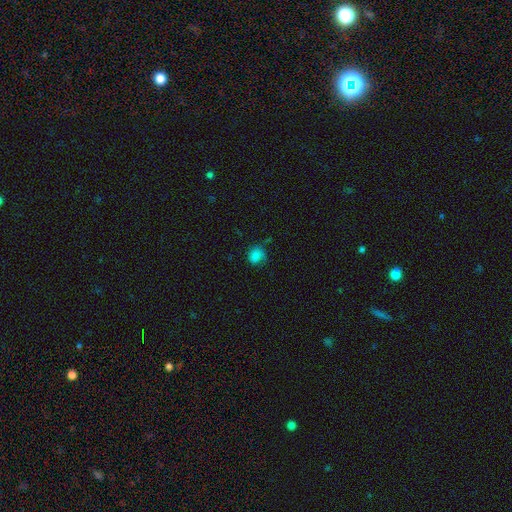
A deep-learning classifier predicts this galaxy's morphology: type=smooth (80%); roundness=round (71%); merging=none (59%).